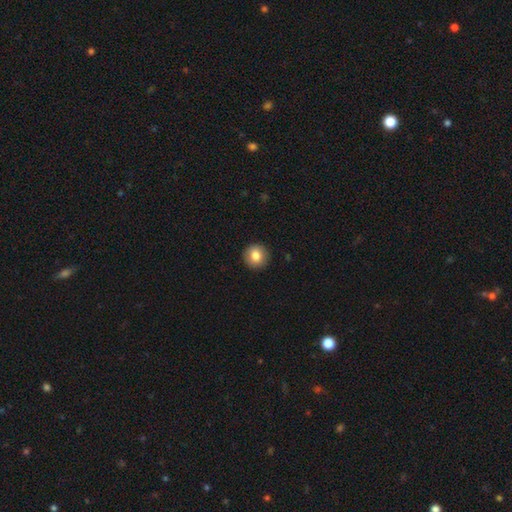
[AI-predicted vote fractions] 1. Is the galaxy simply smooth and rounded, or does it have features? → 84% smooth, 8% star or artifact, 8% featured or disk.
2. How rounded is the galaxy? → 94% round, 5% in between, 1% cigar-shaped.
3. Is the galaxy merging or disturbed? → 92% none, 5% minor disturbance, 2% major disturbance, 1% merger.